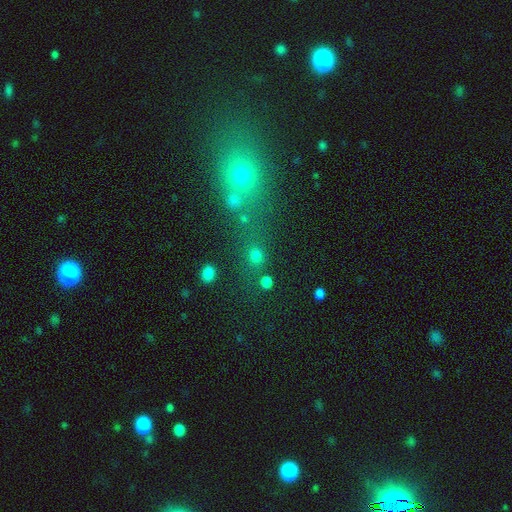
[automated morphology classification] Smooth or featured?
  - smooth: 68% *
  - star or artifact: 24%
  - featured or disk: 8%
How rounded?
  - round: 83% *
  - in between: 15%
  - cigar-shaped: 2%
Merging?
  - none: 64% *
  - merger: 20%
  - minor disturbance: 9%
  - major disturbance: 7%